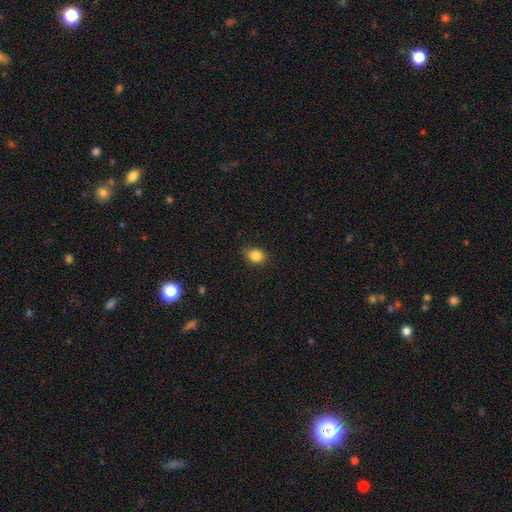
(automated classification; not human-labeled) This appears to be a smooth galaxy with no disk features (85%) that is in between round and cigar-shaped (56%). Merging: none (81%).